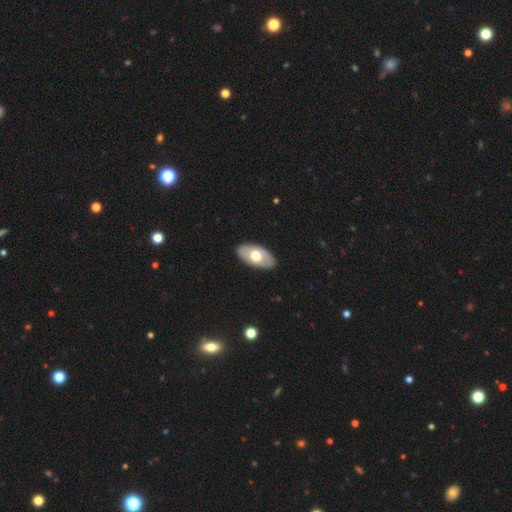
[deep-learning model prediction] The model was most divided on "smooth or featured": smooth: 55%, featured or disk: 40%, star or artifact: 5%. More confident: how rounded — in between (94%); merging — none (88%).